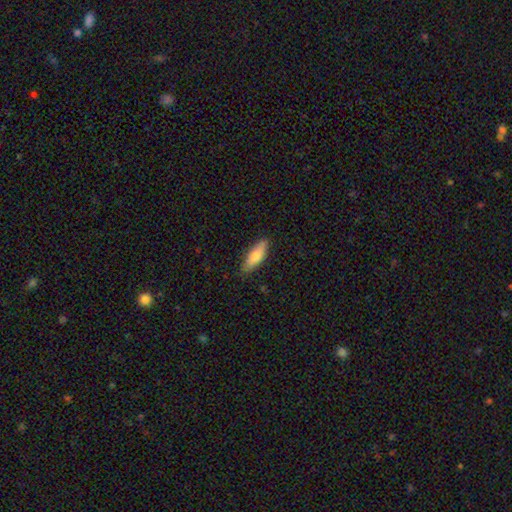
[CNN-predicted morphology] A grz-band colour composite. It shows a smooth galaxy with no disk features (73%) that is in between round and cigar-shaped (57%). Merging: none (85%).